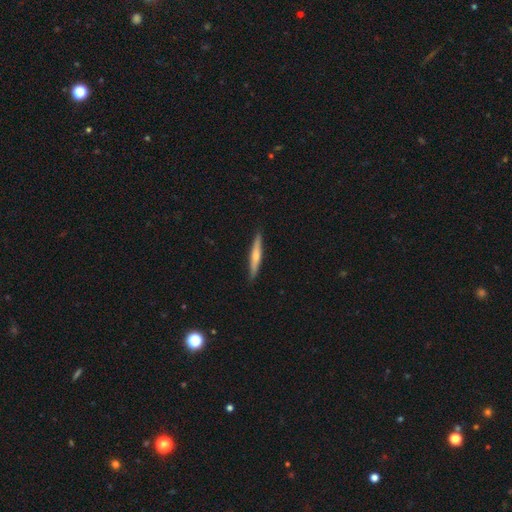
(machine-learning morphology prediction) Overall: smooth (50%; featured or disk 45%). How rounded: cigar-shaped (93%). Merging: none (90%).